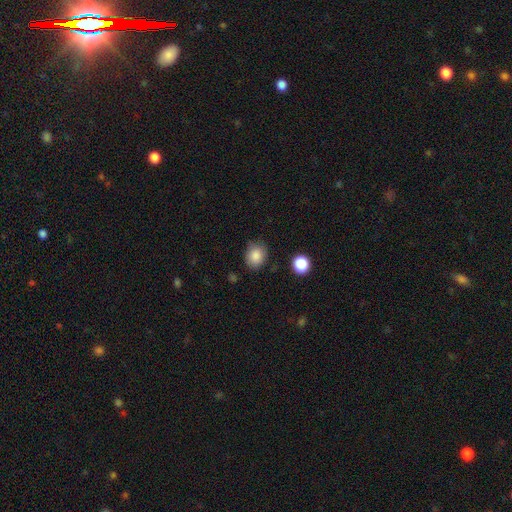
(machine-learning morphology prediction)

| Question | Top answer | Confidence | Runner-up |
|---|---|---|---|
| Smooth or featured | smooth | 85% | star or artifact (9%) |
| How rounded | round | 54% | in between (45%) |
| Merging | none | 76% | minor disturbance (18%) |